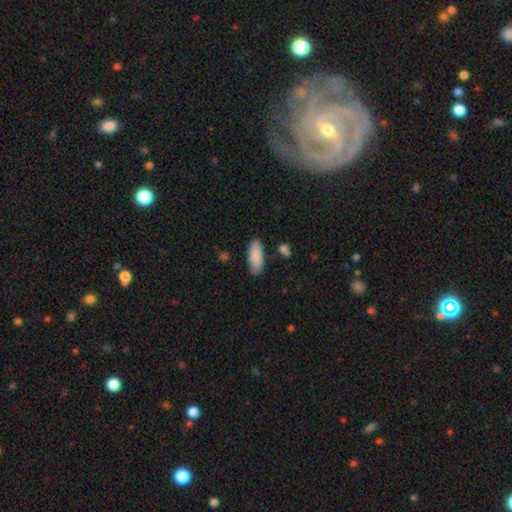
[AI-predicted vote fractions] This appears to be a smooth galaxy with no disk features (84%) that is in between round and cigar-shaped (77%). Merging: none (77%).